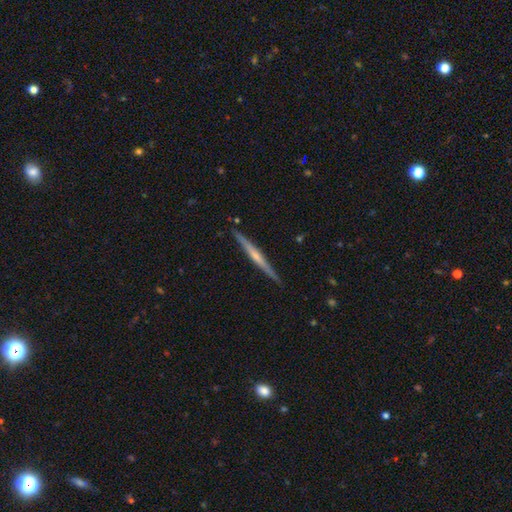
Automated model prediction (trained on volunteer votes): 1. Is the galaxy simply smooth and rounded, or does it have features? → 68% featured or disk, 26% smooth, 6% star or artifact.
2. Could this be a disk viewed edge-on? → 98% yes, 2% no.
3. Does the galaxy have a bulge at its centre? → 51% rounded, 42% none, 8% boxy.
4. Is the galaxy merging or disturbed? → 90% none, 7% minor disturbance, 1% major disturbance, 1% merger.